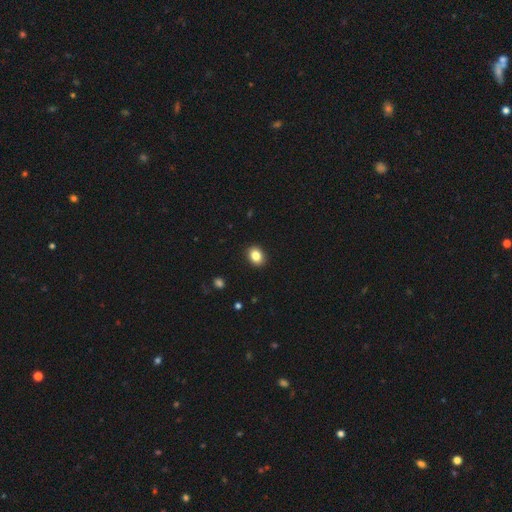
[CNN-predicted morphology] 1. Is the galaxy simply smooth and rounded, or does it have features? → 85% smooth, 9% star or artifact, 6% featured or disk.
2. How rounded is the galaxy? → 56% in between, 43% round, 1% cigar-shaped.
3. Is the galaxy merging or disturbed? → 91% none, 7% minor disturbance, 2% major disturbance, 1% merger.